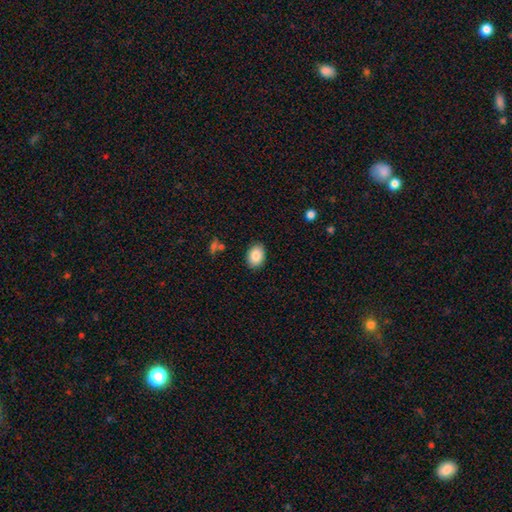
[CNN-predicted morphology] smooth_or_featured: smooth (p=0.86) [alt: star or artifact p=0.08]
how_rounded: in between (p=0.78) [alt: round p=0.21]
merging: none (p=0.87) [alt: minor disturbance p=0.09]